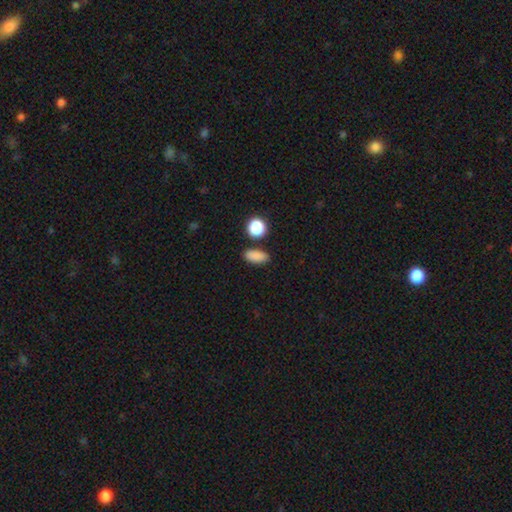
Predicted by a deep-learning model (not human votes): This appears to be a smooth galaxy with no disk features (87%) that is in between round and cigar-shaped (79%). Merging: none (83%).